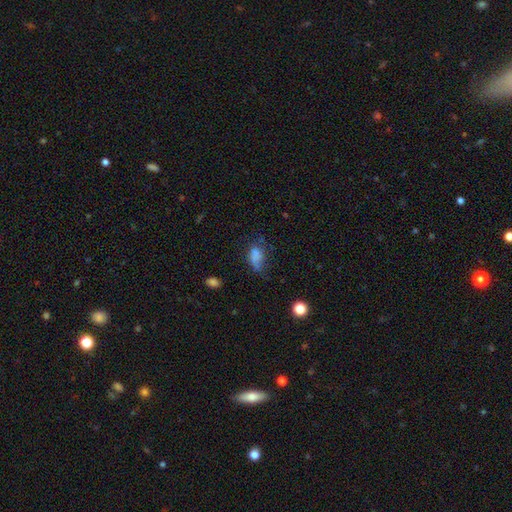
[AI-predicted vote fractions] This appears to be a smooth galaxy with no disk features (70%) that is in between round and cigar-shaped (81%). Merging: minor disturbance (31%, tied with major disturbance).